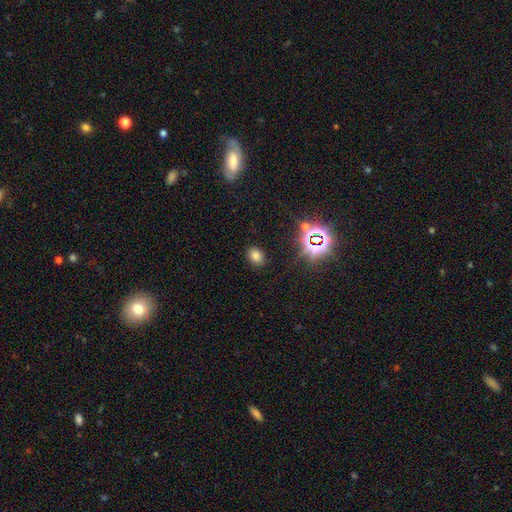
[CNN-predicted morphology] Q: Smooth or featured?
A: smooth (71%); runner-up: star or artifact (22%)
Q: How rounded?
A: in between (69%); runner-up: round (30%)
Q: Merging?
A: none (87%); runner-up: minor disturbance (8%)